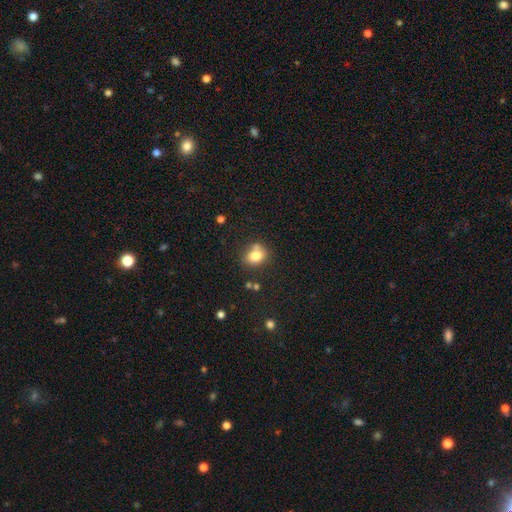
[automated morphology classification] The model was most divided on "how rounded": round: 50%, in between: 49%, cigar-shaped: 1%. More confident: smooth or featured — smooth (78%); merging — none (61%).